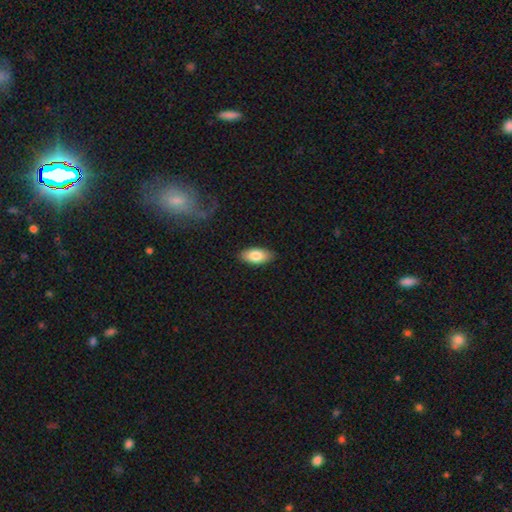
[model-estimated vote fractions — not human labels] Morphology: type=smooth (82%); roundness=in between (91%); merging=none (86%).